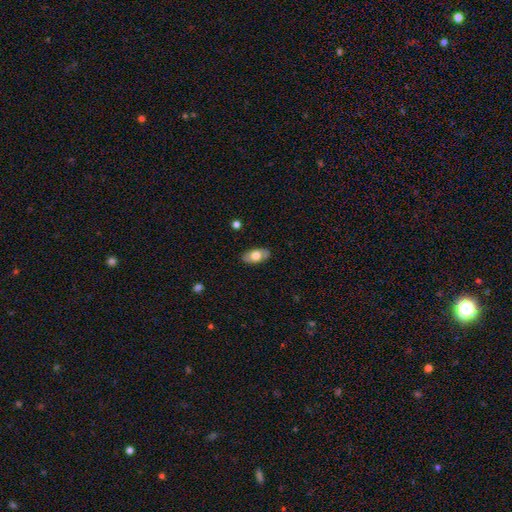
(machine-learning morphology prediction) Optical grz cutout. It shows a smooth galaxy with no disk features (68%) that is in between round and cigar-shaped (92%). Merging: none (86%).